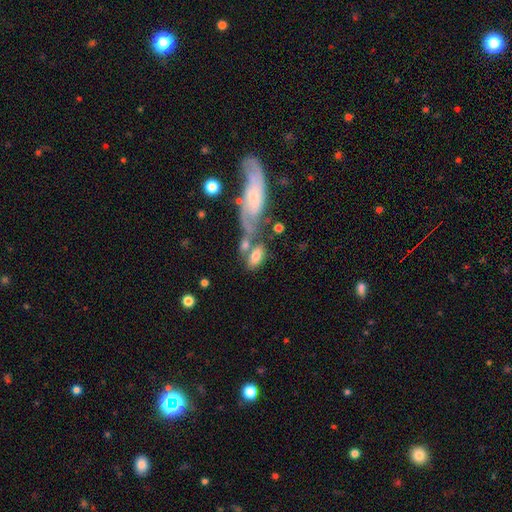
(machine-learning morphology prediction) Smooth or featured?
  - smooth: 71% *
  - featured or disk: 21%
  - star or artifact: 7%
How rounded?
  - in between: 87% *
  - cigar-shaped: 8%
  - round: 5%
Merging?
  - none: 40% *
  - merger: 38%
  - minor disturbance: 14%
  - major disturbance: 8%